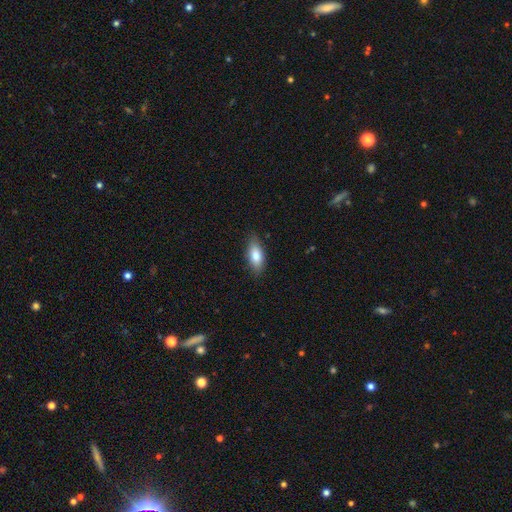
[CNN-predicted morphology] Smooth or featured?
  - smooth: 80% *
  - featured or disk: 14%
  - star or artifact: 6%
How rounded?
  - in between: 84% *
  - cigar-shaped: 14%
  - round: 3%
Merging?
  - none: 82% *
  - minor disturbance: 14%
  - major disturbance: 2%
  - merger: 1%